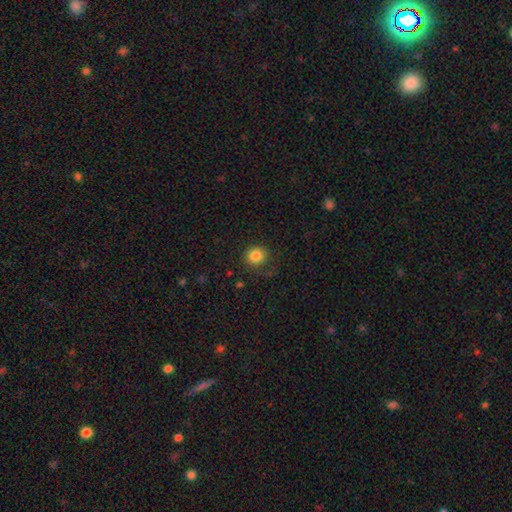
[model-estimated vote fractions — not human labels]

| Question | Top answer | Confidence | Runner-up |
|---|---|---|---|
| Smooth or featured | smooth | 84% | star or artifact (11%) |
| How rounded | round | 89% | in between (10%) |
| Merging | none | 86% | minor disturbance (9%) |